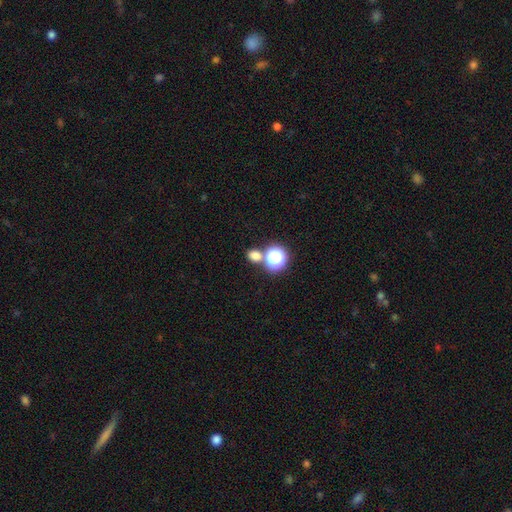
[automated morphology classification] Smooth or featured?
  - smooth: 72% *
  - star or artifact: 22%
  - featured or disk: 6%
How rounded?
  - round: 61% *
  - in between: 37%
  - cigar-shaped: 1%
Merging?
  - none: 63% *
  - merger: 25%
  - minor disturbance: 8%
  - major disturbance: 3%